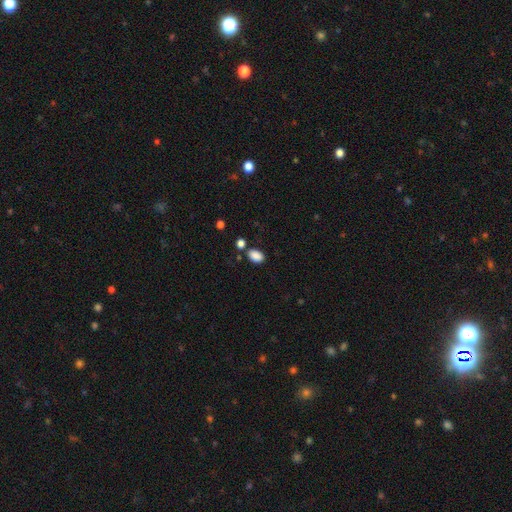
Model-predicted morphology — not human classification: A smooth galaxy with no disk features (87%) that is in between round and cigar-shaped (84%). Merging: none (77%).